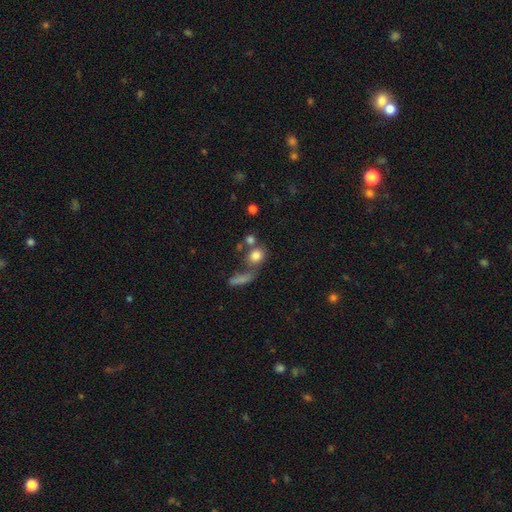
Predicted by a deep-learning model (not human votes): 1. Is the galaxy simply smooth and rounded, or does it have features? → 79% smooth, 11% star or artifact, 10% featured or disk.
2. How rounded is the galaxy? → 65% round, 31% in between, 3% cigar-shaped.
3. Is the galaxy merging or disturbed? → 50% none, 30% merger, 12% minor disturbance, 8% major disturbance.